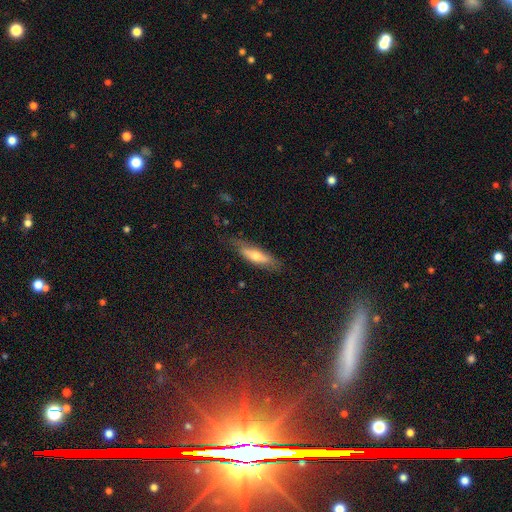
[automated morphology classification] Smooth or featured?
  - smooth: 50% *
  - featured or disk: 42%
  - star or artifact: 8%
How rounded?
  - cigar-shaped: 65% *
  - in between: 33%
  - round: 2%
Merging?
  - none: 73% *
  - minor disturbance: 20%
  - major disturbance: 5%
  - merger: 1%